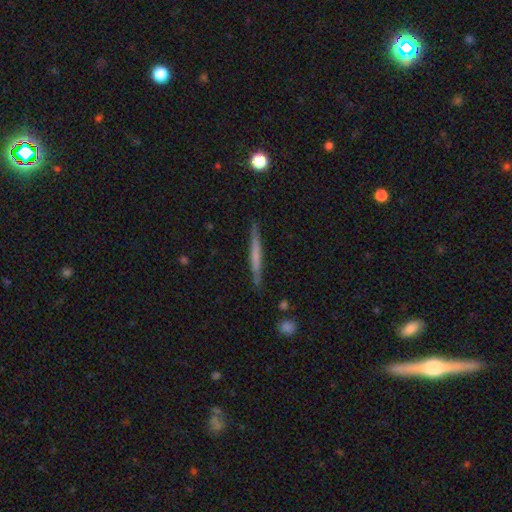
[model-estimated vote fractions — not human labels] Smooth or featured?
  - smooth: 52% *
  - featured or disk: 42%
  - star or artifact: 6%
How rounded?
  - cigar-shaped: 96% *
  - in between: 2%
  - round: 2%
Merging?
  - none: 88% *
  - minor disturbance: 9%
  - major disturbance: 2%
  - merger: 2%